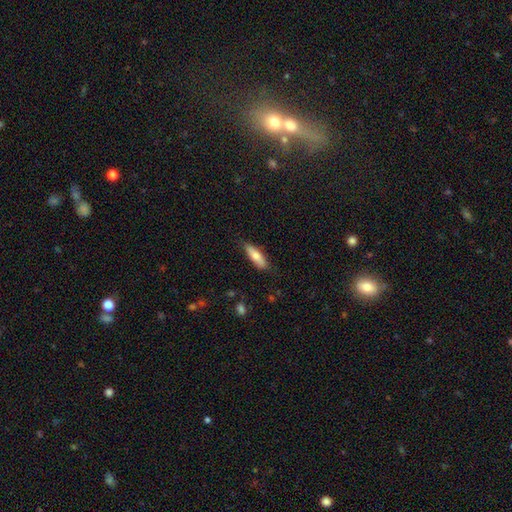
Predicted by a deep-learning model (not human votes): Smooth or featured: smooth — 71% (featured or disk — 23%)
How rounded: cigar-shaped — 50% (in between — 48%)
Merging: none — 81% (minor disturbance — 15%)